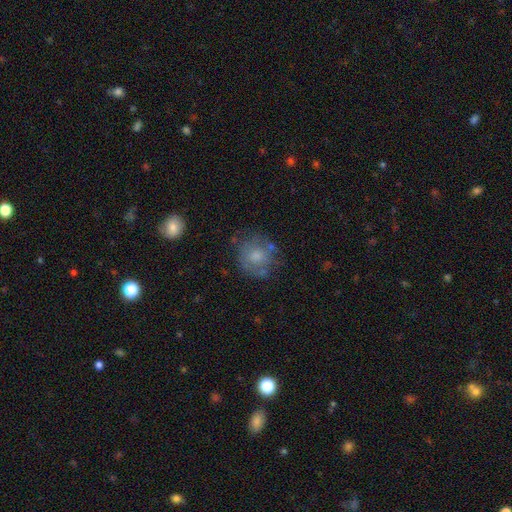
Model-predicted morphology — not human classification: smooth-or-featured: smooth: 62% | featured or disk: 30% | star or artifact: 9%
  how-rounded: round: 83% | in between: 16% | cigar-shaped: 1%
  merging: none: 61% | minor disturbance: 23% | major disturbance: 12% | merger: 5%